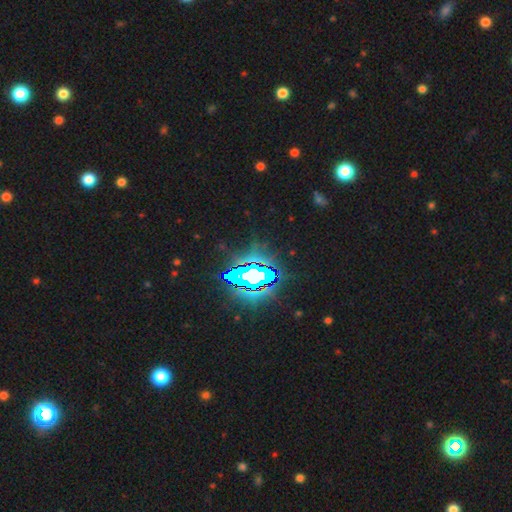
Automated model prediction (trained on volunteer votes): Q: Smooth or featured?
A: star or artifact (72%); runner-up: featured or disk (16%)